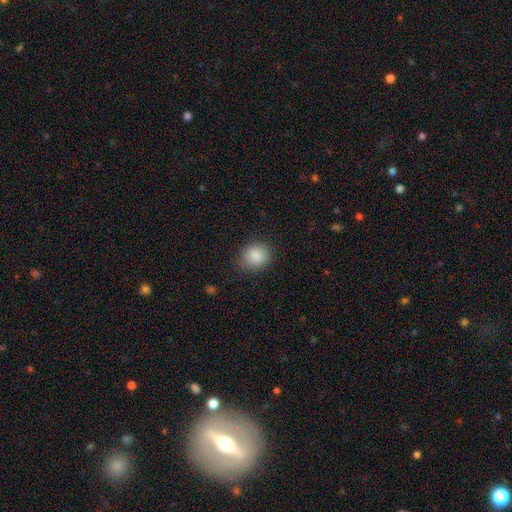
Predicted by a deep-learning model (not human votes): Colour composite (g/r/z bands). It shows a smooth galaxy with no disk features (88%) that is round (74%). Merging: none (85%).